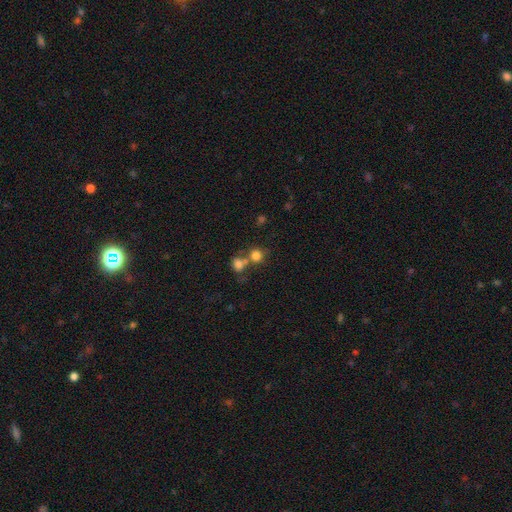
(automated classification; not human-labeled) Smooth or featured: smooth — 78% (star or artifact — 13%)
How rounded: round — 83% (in between — 16%)
Merging: none — 45% (merger — 42%)